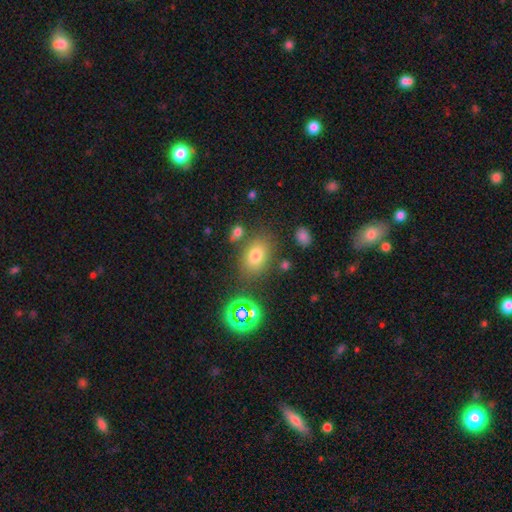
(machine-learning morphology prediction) smooth-or-featured: smooth: 72% | star or artifact: 17% | featured or disk: 11%
  how-rounded: in between: 75% | round: 23% | cigar-shaped: 1%
  merging: none: 76% | minor disturbance: 13% | merger: 7% | major disturbance: 5%